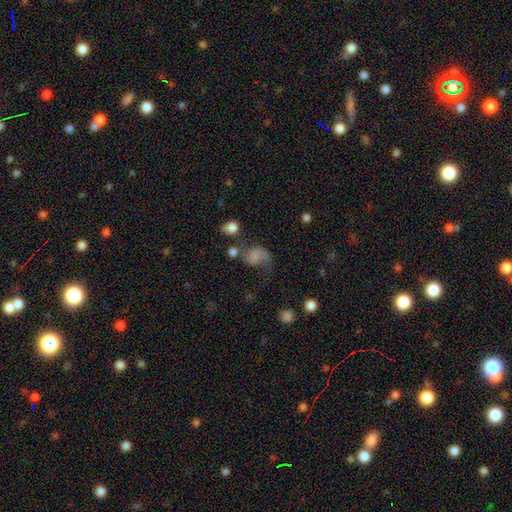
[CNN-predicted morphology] This appears to be a smooth galaxy with no disk features (48%). Merging: major disturbance (38%).